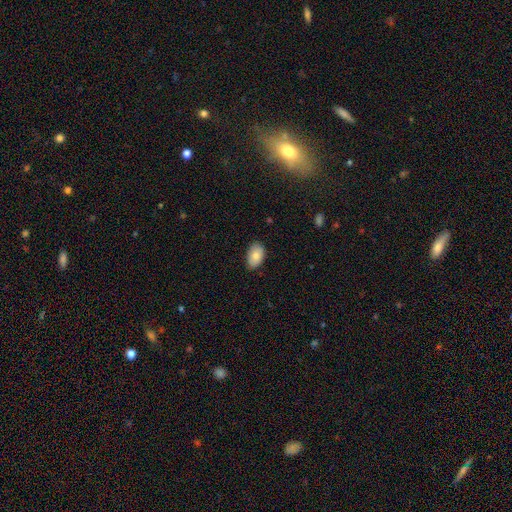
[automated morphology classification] smooth_or_featured: smooth (p=0.81) [alt: featured or disk p=0.12]
how_rounded: in between (p=0.92) [alt: round p=0.07]
merging: none (p=0.83) [alt: minor disturbance p=0.14]